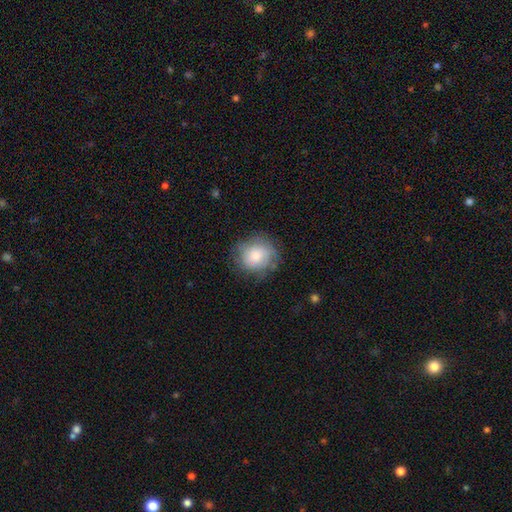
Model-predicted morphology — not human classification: Overall: smooth (65%; featured or disk 27%). How rounded: round (82%). Merging: none (69%).